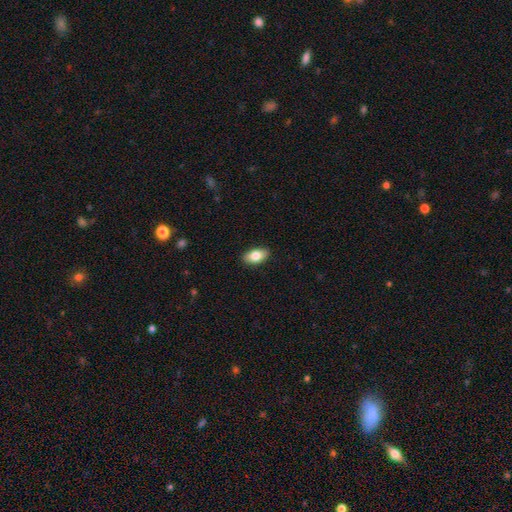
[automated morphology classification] A smooth galaxy with no disk features (81%) that is in between round and cigar-shaped (91%).

Vote fractions:
- Smooth or featured? smooth: 81% / featured or disk: 12% / star or artifact: 7%
- How rounded? in between: 91% / round: 5% / cigar-shaped: 3%
- Merging? none: 89% / minor disturbance: 8% / major disturbance: 2% / merger: 1%